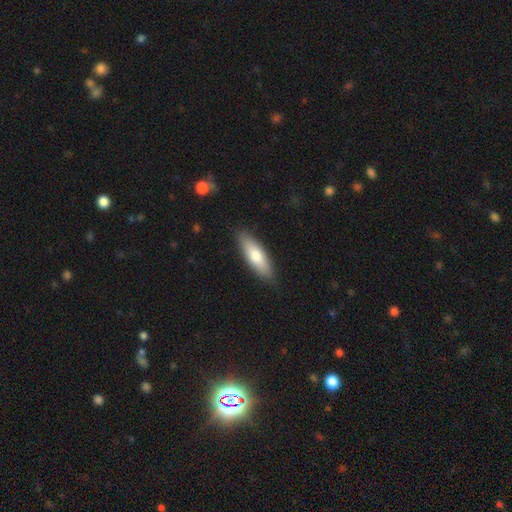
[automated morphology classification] smooth_or_featured: smooth (p=0.72) [alt: featured or disk p=0.23]
how_rounded: in between (p=0.50) [alt: cigar-shaped p=0.48]
merging: none (p=0.87) [alt: minor disturbance p=0.10]